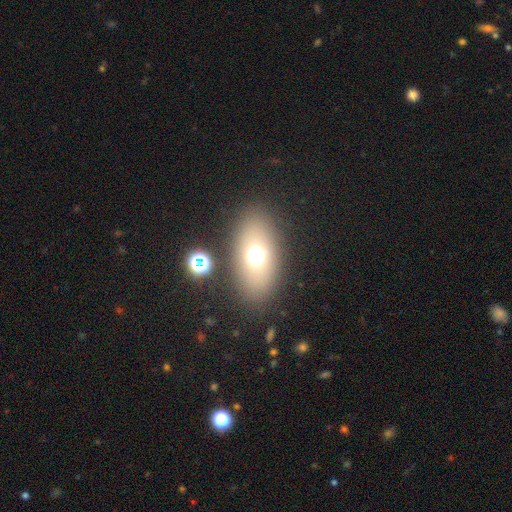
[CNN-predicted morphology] Q: Smooth or featured?
A: smooth (64%); runner-up: featured or disk (18%)
Q: How rounded?
A: in between (81%); runner-up: round (16%)
Q: Merging?
A: none (83%); runner-up: minor disturbance (9%)